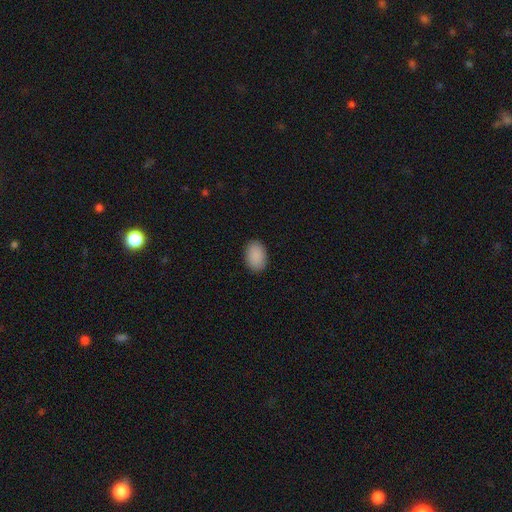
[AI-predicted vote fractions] Morphology: type=smooth (90%); roundness=in between (87%); merging=none (89%).